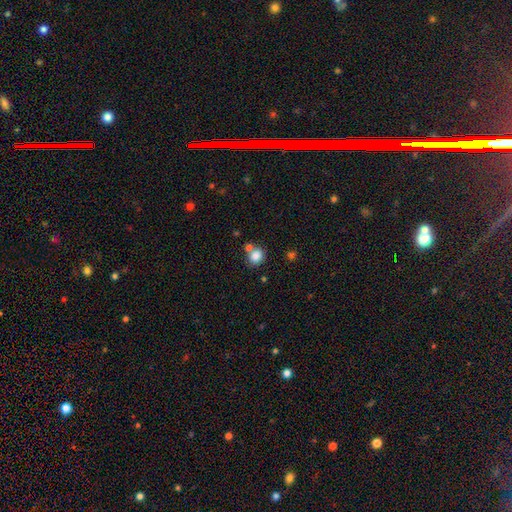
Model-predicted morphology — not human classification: Q: Smooth or featured?
A: smooth (83%); runner-up: star or artifact (10%)
Q: How rounded?
A: round (66%); runner-up: in between (33%)
Q: Merging?
A: none (58%); runner-up: merger (25%)